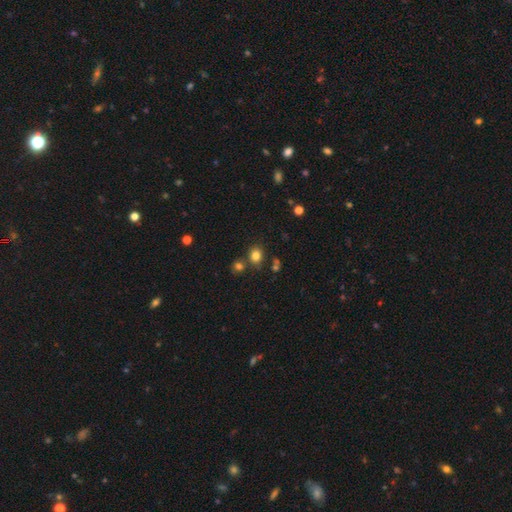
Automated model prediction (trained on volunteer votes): Overall: smooth (80%). How rounded: round (70%). Merging: none (72%).